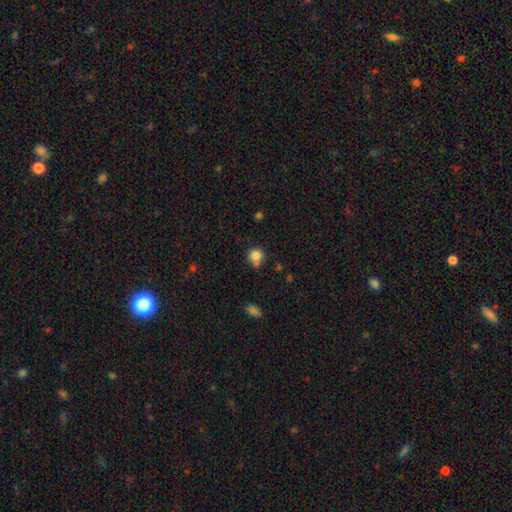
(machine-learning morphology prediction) A smooth galaxy with no disk features (83%) that is round (86%). Merging: none (57%).